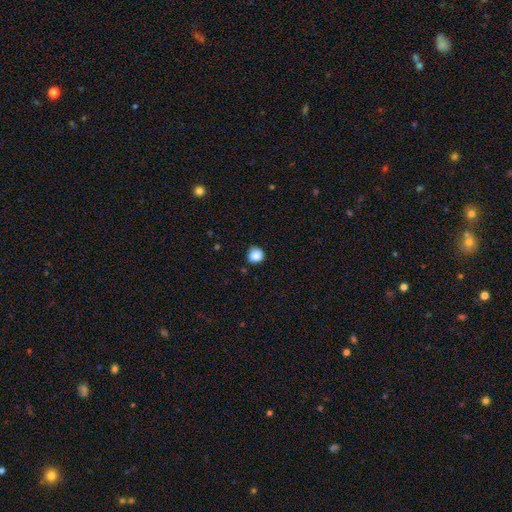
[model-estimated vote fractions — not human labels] This appears to be a smooth galaxy with no disk features (85%) that is round (91%). Merging: none (85%).